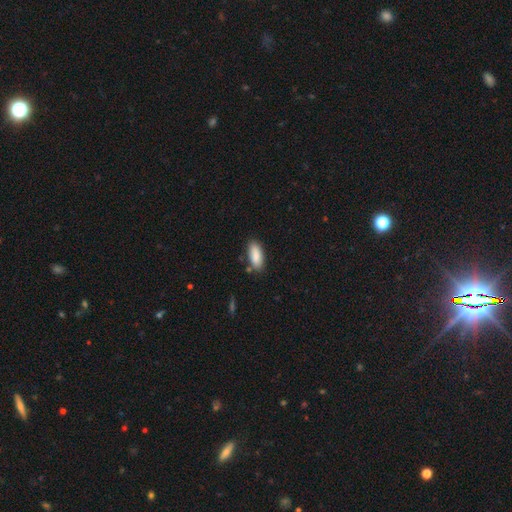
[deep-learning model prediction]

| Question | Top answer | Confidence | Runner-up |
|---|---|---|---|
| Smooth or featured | smooth | 88% | star or artifact (6%) |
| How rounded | in between | 80% | cigar-shaped (18%) |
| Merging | none | 80% | minor disturbance (14%) |